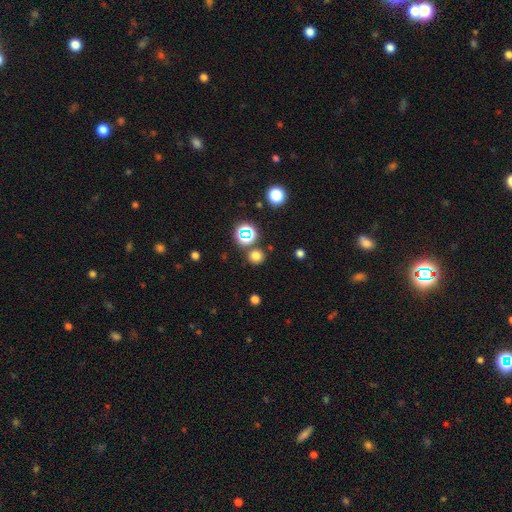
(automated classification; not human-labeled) smooth 71%, star or artifact 23%, featured or disk 5%. Down the decision tree: how rounded — round (89%); merging — none (82%).